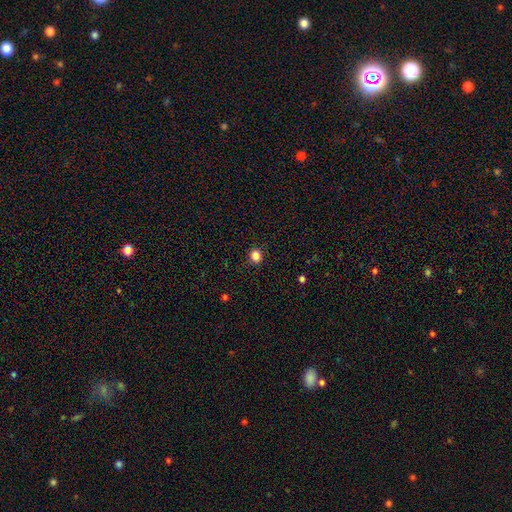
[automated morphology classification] smooth_or_featured: smooth (p=0.85) [alt: star or artifact p=0.12]
how_rounded: round (p=0.70) [alt: in between p=0.29]
merging: none (p=0.88) [alt: minor disturbance p=0.08]